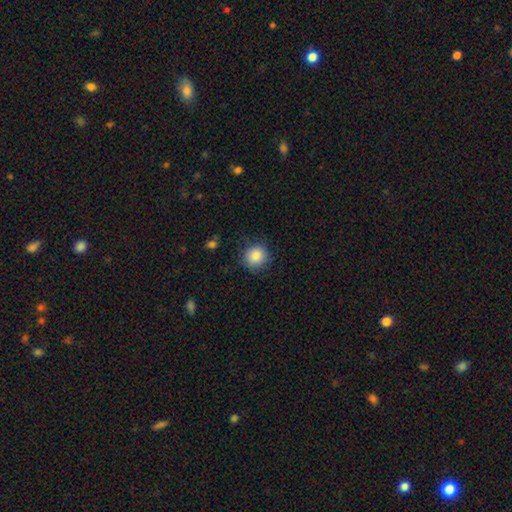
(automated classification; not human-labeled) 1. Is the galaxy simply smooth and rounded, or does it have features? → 85% smooth, 9% star or artifact, 6% featured or disk.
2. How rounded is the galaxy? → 91% round, 8% in between, 1% cigar-shaped.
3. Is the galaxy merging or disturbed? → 83% none, 12% minor disturbance, 3% major disturbance, 1% merger.